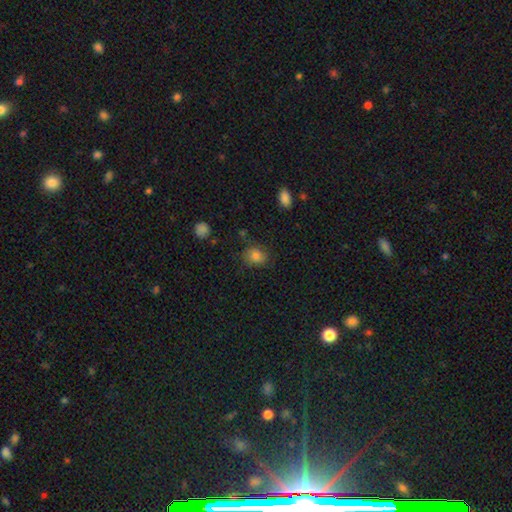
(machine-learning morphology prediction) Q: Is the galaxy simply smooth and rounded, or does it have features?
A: smooth — 79%.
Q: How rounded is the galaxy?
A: round — 68%.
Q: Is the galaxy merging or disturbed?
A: none — 74%.